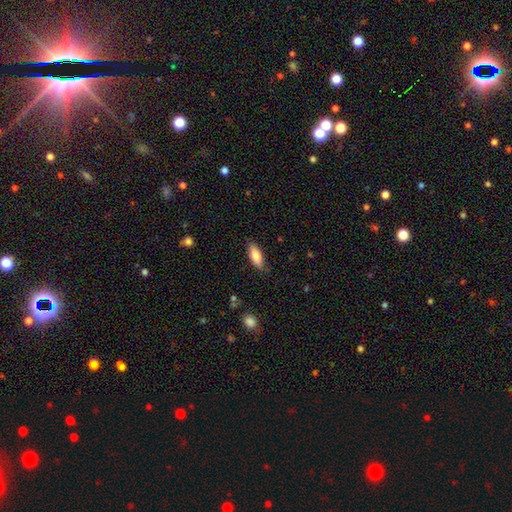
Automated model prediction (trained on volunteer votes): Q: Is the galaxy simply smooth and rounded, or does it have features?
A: smooth — 80%.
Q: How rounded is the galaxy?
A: in between — 68%.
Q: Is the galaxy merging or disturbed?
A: none — 85%.